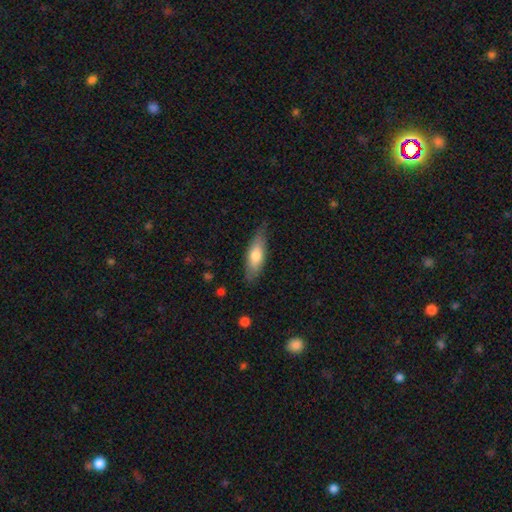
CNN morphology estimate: A smooth galaxy with no disk features (70%) that is in between round and cigar-shaped (61%). Merging: none (73%).